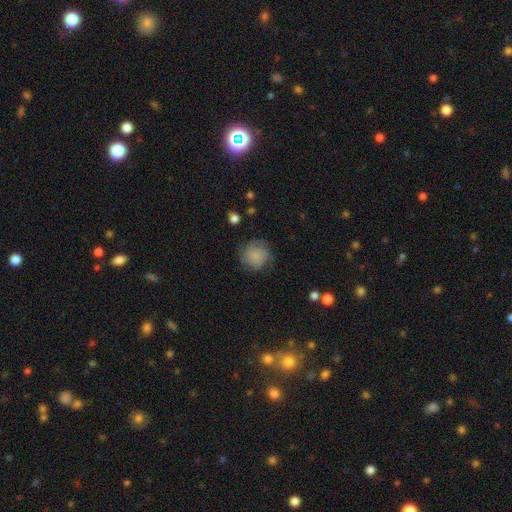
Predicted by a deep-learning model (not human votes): Smooth or featured? smooth (67%)
How rounded? round (88%)
Merging? none (64%)